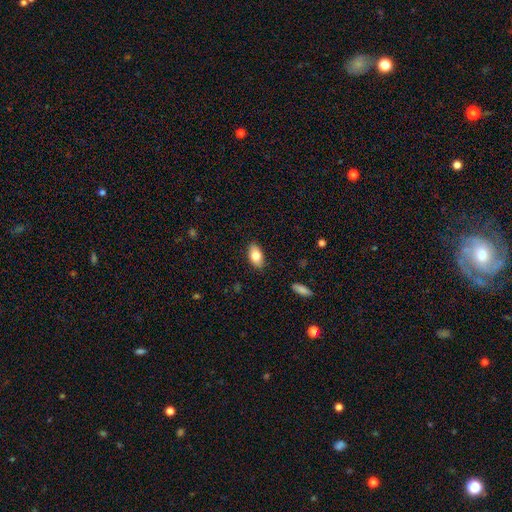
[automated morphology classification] smooth 82%, featured or disk 11%, star or artifact 7%. Down the decision tree: how rounded — in between (92%); merging — none (87%).